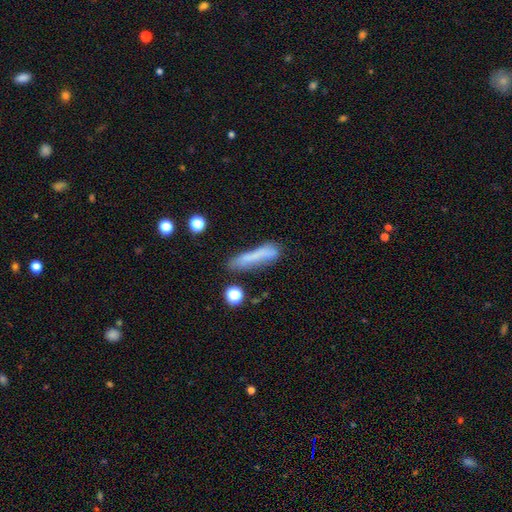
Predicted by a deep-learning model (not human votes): Q: Smooth or featured?
A: smooth (67%); runner-up: featured or disk (22%)
Q: How rounded?
A: cigar-shaped (87%); runner-up: in between (11%)
Q: Merging?
A: none (61%); runner-up: minor disturbance (23%)